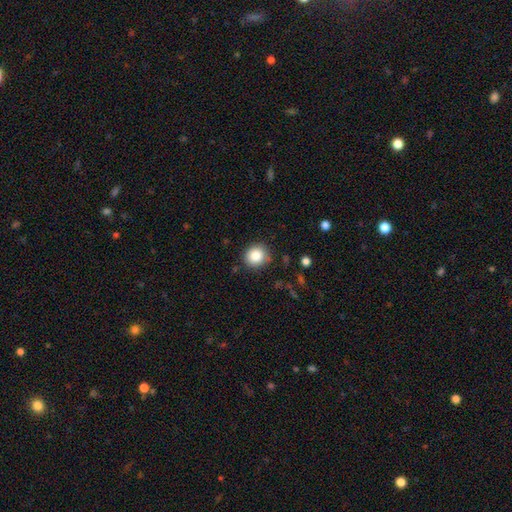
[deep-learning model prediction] smooth-or-featured: smooth: 84% | star or artifact: 10% | featured or disk: 6%
  how-rounded: round: 88% | in between: 11% | cigar-shaped: 1%
  merging: none: 86% | minor disturbance: 10% | major disturbance: 3% | merger: 2%